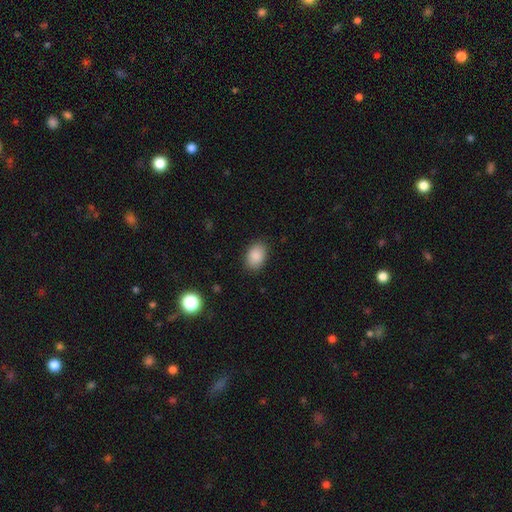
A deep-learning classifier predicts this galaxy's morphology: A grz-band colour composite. It shows a smooth galaxy with no disk features (88%) that is in between round and cigar-shaped (83%). Merging: none (86%).